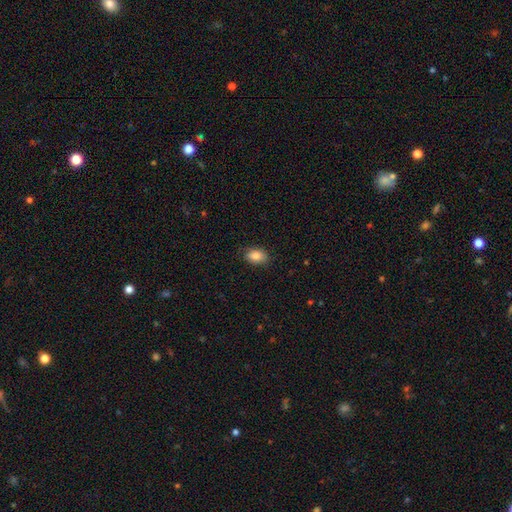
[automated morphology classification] The model was most divided on "merging": none: 80%, minor disturbance: 16%, major disturbance: 3%, merger: 1%. More confident: smooth or featured — smooth (85%); how rounded — in between (84%).